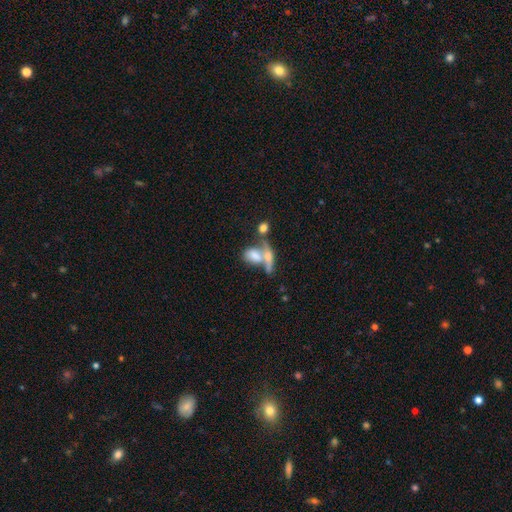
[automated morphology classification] Smooth or featured?
  - smooth: 62% *
  - featured or disk: 28%
  - star or artifact: 10%
How rounded?
  - in between: 75% *
  - cigar-shaped: 13%
  - round: 12%
Merging?
  - merger: 56% *
  - none: 25%
  - minor disturbance: 10%
  - major disturbance: 8%